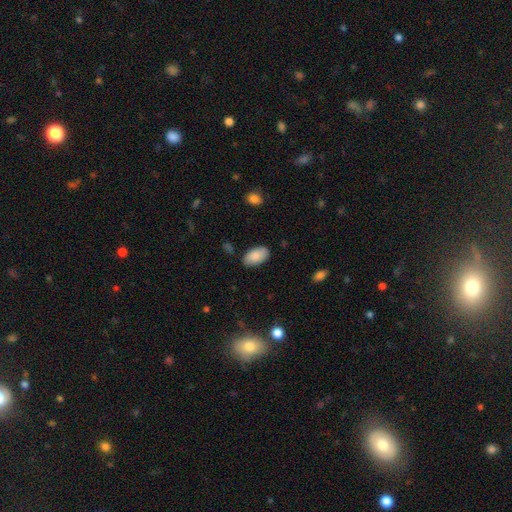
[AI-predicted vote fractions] A smooth galaxy with no disk features (88%) that is in between round and cigar-shaped (95%). Merging: none (85%).